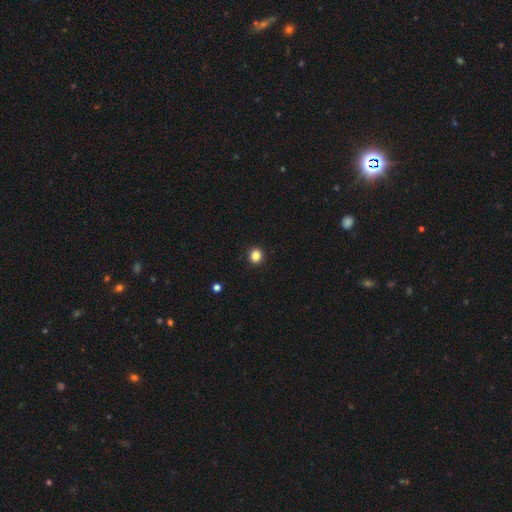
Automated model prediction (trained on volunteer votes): A smooth galaxy with no disk features (85%) that is round (91%).

Vote fractions:
- Smooth or featured? smooth: 85% / star or artifact: 12% / featured or disk: 4%
- How rounded? round: 91% / in between: 8% / cigar-shaped: 1%
- Merging? none: 93% / minor disturbance: 4% / major disturbance: 2% / merger: 1%